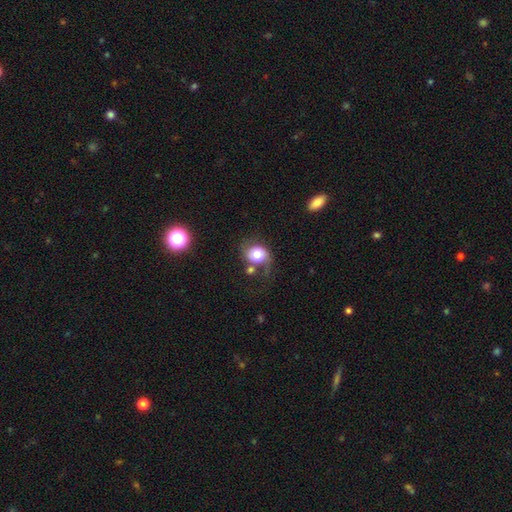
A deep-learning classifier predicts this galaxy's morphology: Overall: smooth (62%; featured or disk 26%). How rounded: round (61%; in between 38%). Merging: none (45%; minor disturbance 23%).